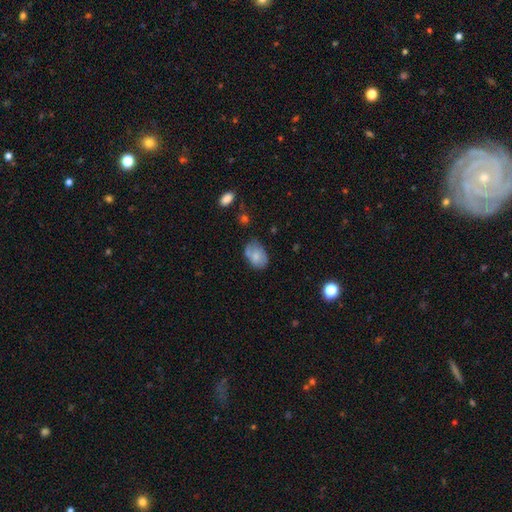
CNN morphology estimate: Smooth or featured? smooth (69%)
How rounded? in between (83%)
Merging? none (54%)